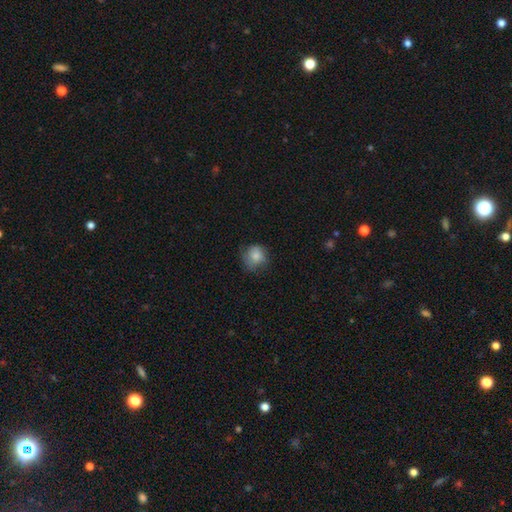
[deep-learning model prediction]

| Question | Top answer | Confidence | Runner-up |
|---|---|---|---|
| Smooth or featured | smooth | 73% | featured or disk (18%) |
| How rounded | round | 81% | in between (18%) |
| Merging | none | 62% | minor disturbance (26%) |